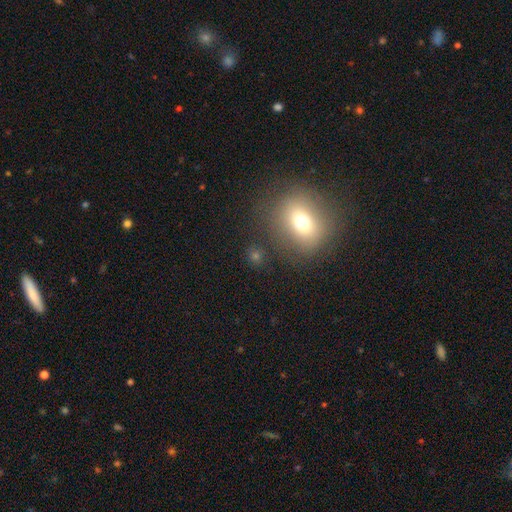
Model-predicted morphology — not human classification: Smooth or featured: smooth — 62% (star or artifact — 23%)
How rounded: round — 63% (in between — 34%)
Merging: none — 75% (minor disturbance — 12%)